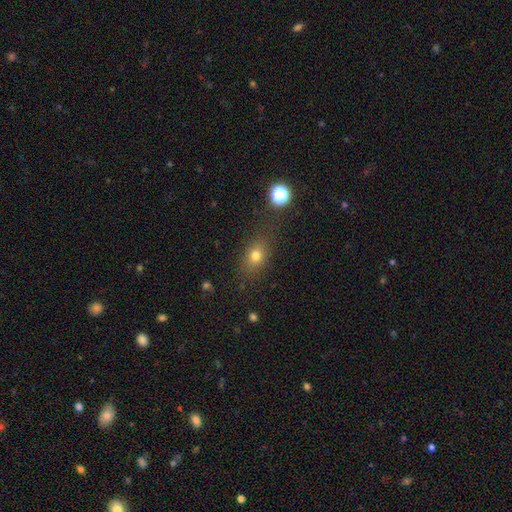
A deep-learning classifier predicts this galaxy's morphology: This appears to be a smooth galaxy with no disk features (75%) that is in between round and cigar-shaped (61%). Merging: none (76%).